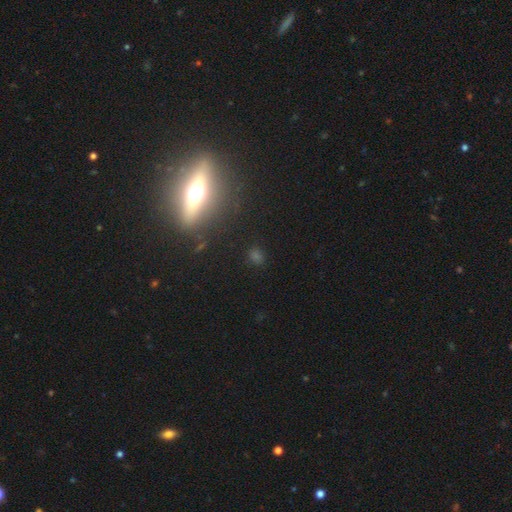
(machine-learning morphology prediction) This is marginally a smooth galaxy (39%). Merging: clearly none (81%).